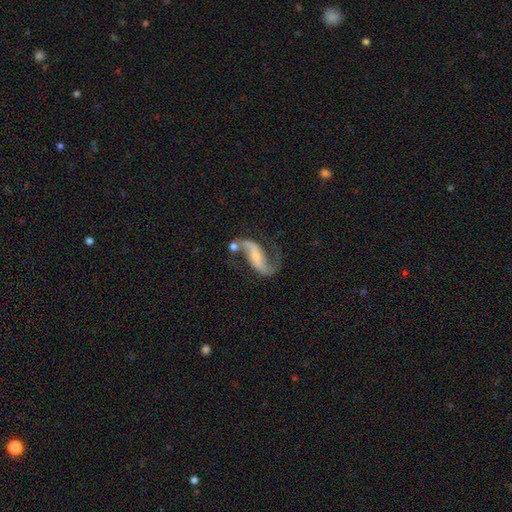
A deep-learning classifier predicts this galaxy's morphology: Smooth or featured? featured or disk (88%)
Edge-on disk? no (96%)
Bar? strong (36%)
Spiral arms? yes (95%)
Spiral winding? loose (73%)
Spiral arm count? 2 (91%)
Bulge size? small (58%)
Merging? none (55%)